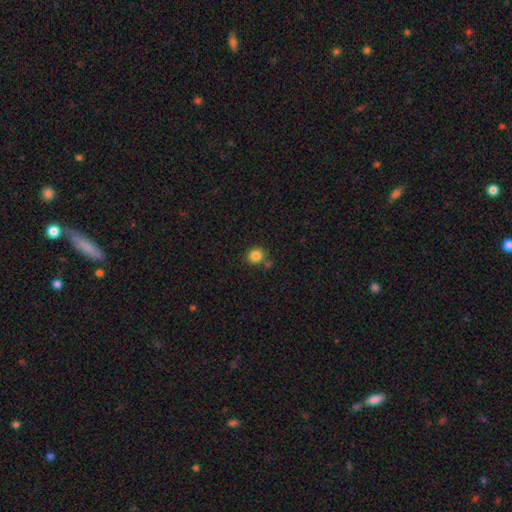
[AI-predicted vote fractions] Smooth or featured?
  - smooth: 84% *
  - star or artifact: 11%
  - featured or disk: 4%
How rounded?
  - round: 86% *
  - in between: 14%
  - cigar-shaped: 1%
Merging?
  - none: 78% *
  - minor disturbance: 10%
  - merger: 9%
  - major disturbance: 3%